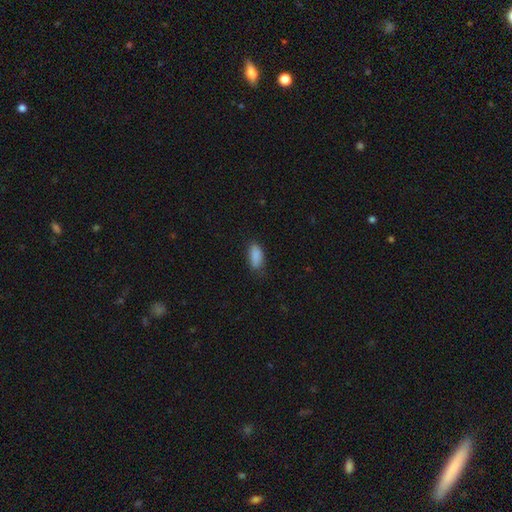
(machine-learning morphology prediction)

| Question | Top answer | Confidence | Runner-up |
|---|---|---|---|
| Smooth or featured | smooth | 88% | star or artifact (8%) |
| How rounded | in between | 89% | cigar-shaped (8%) |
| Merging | none | 76% | minor disturbance (19%) |